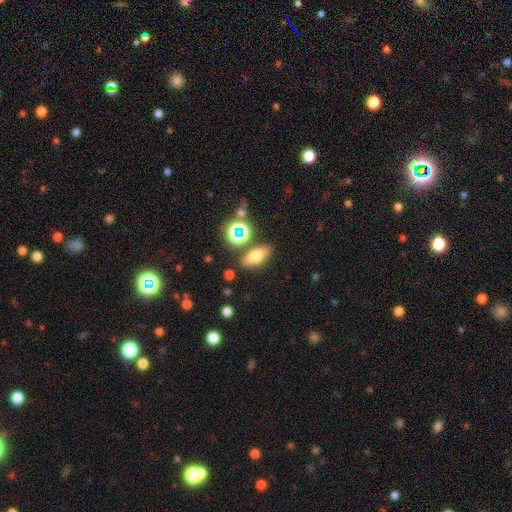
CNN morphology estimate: type=smooth (63%); roundness=in between (72%); merging=none (80%).